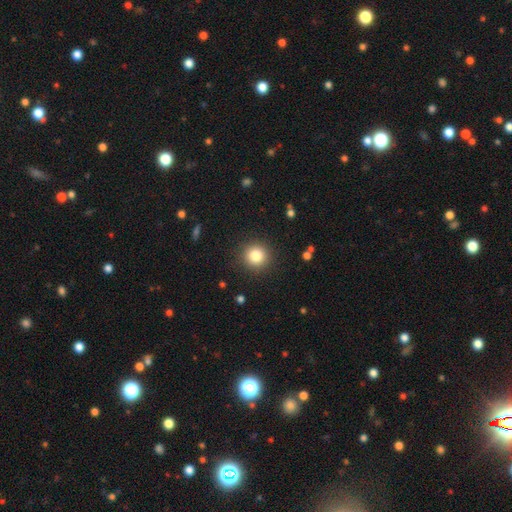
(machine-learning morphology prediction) type=smooth (83%); roundness=round (94%); merging=none (90%).